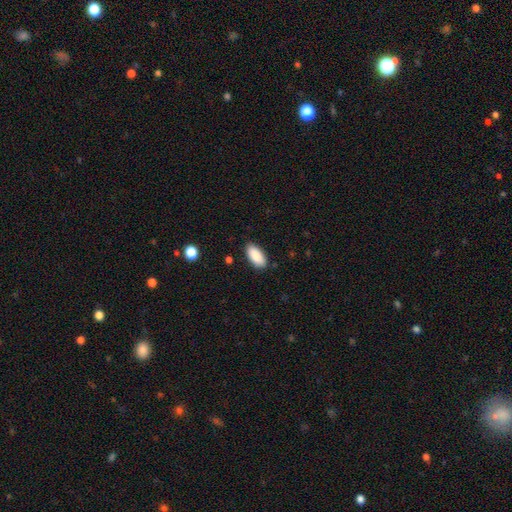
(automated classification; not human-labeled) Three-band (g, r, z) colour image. It shows a smooth galaxy with no disk features (89%) that is in between round and cigar-shaped (91%). Merging: none (86%).